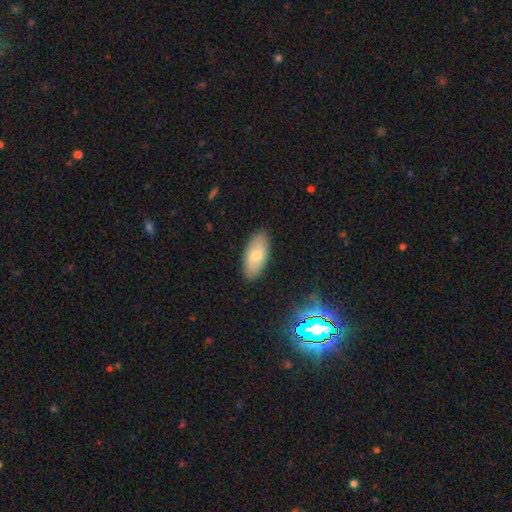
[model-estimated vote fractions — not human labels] Morphology: type=smooth (70%); roundness=in between (89%); merging=none (87%).